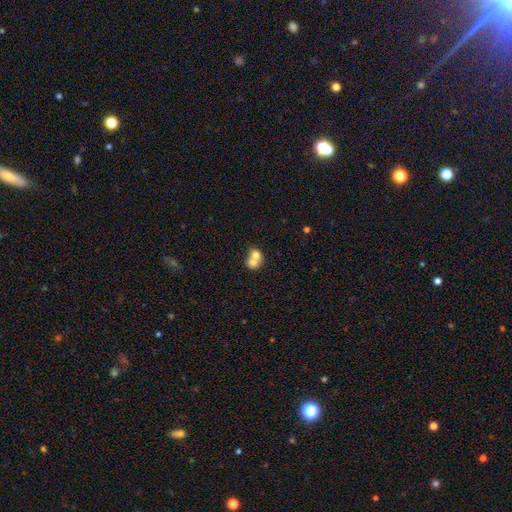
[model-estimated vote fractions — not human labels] Smooth or featured? Predicted: smooth (p=0.68). How rounded? Predicted: round (p=0.66). Merging? Predicted: merger (p=0.71).